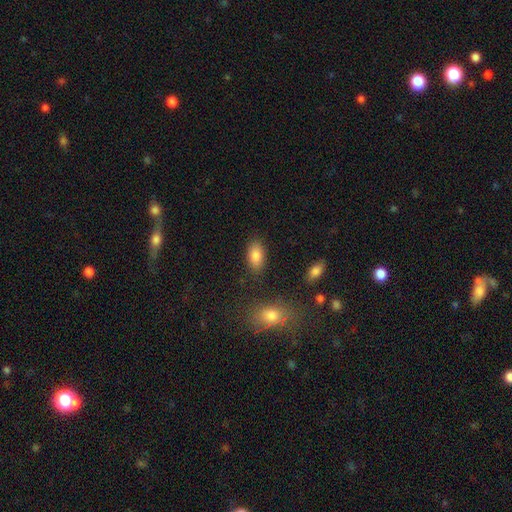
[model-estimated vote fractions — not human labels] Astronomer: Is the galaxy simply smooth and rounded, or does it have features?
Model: smooth — 85%.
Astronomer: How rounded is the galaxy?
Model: in between — 92%.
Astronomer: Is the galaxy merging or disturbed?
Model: none — 84%.